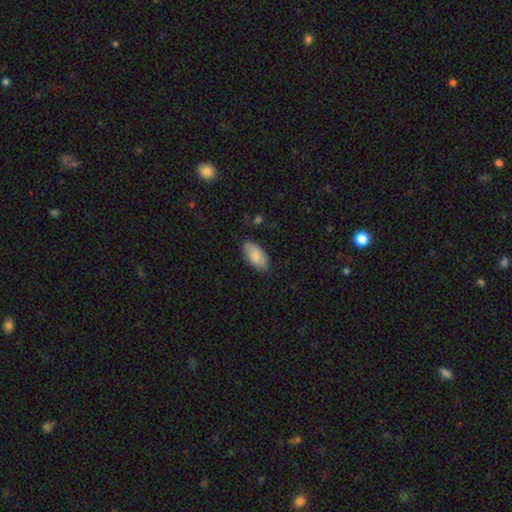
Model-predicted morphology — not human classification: A smooth galaxy with no disk features (81%) that is in between round and cigar-shaped (94%). Merging: none (83%).